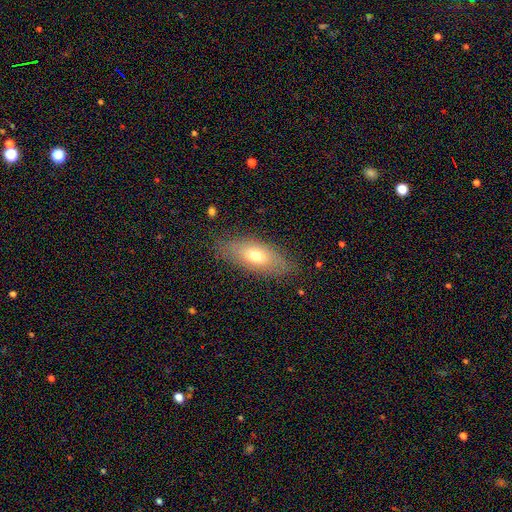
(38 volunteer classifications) Q: Smooth or featured?
A: smooth (61%); runner-up: featured or disk (32%)
Q: How rounded?
A: in between (65%); runner-up: cigar-shaped (35%)
Q: Merging?
A: none (74%); runner-up: minor disturbance (23%)